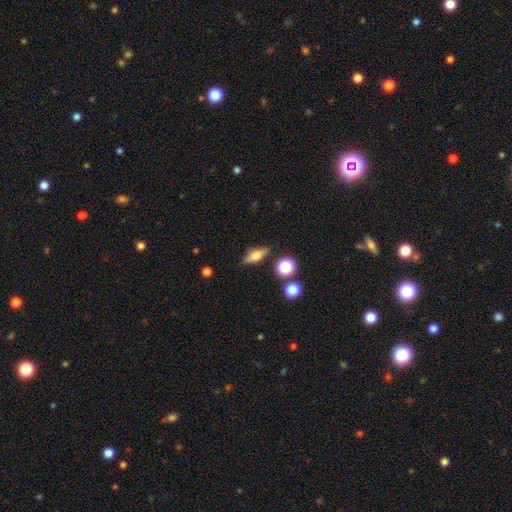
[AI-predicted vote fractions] This is possibly a smooth galaxy (55%). How rounded: possibly in between (59%). Merging: clearly none (81%).